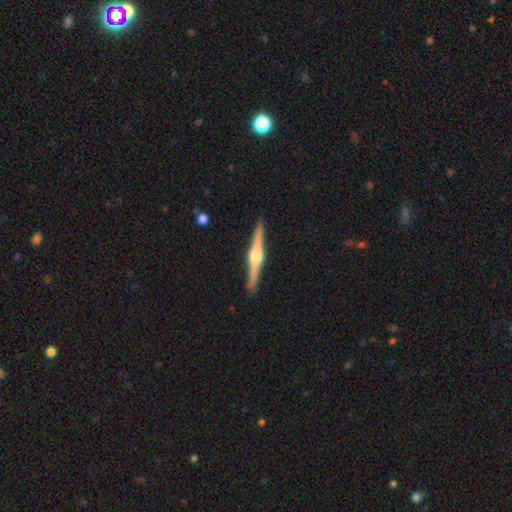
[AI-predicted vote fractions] smooth_or_featured: featured or disk (p=0.83) [alt: smooth p=0.12]
disk_edge_on: yes (p=0.98) [alt: no p=0.02]
edge_on_bulge: rounded (p=0.89) [alt: boxy p=0.09]
merging: none (p=0.91) [alt: minor disturbance p=0.06]